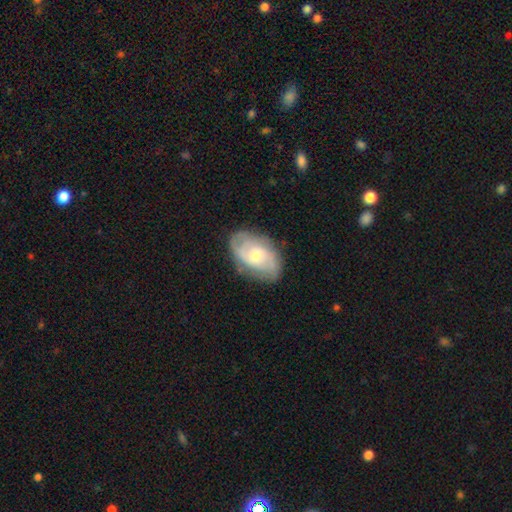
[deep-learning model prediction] A featured or disk galaxy (69%) with no bar (64%), 2 (59%) medium (42%) spiral arms (86%) and a moderate central bulge (52%).

Vote fractions:
- Smooth or featured? featured or disk: 69% / smooth: 25% / star or artifact: 6%
- Edge-on disk? no: 95% / yes: 5%
- Bar? no: 64% / weak: 30% / strong: 5%
- Spiral arms? yes: 86% / no: 14%
- Spiral winding? medium: 42% / tight: 38% / loose: 20%
- Spiral arm count? 2: 59% / can't tell: 25% / 3: 7% / 1: 3% / 4: 2% / more than 4: 2%
- Bulge size? moderate: 52% / small: 43% / large: 3% / none: 1% / dominant: 1%
- Merging? none: 76% / minor disturbance: 17% / major disturbance: 5% / merger: 1%